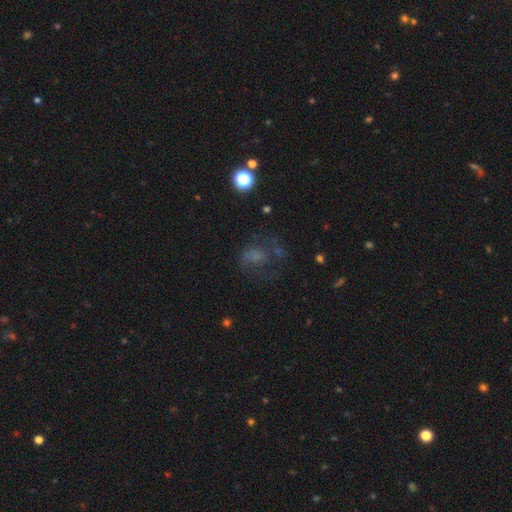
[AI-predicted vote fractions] smooth-or-featured: smooth: 41% | featured or disk: 34% | star or artifact: 25%
  merging: none: 46% | major disturbance: 29% | minor disturbance: 20% | merger: 4%